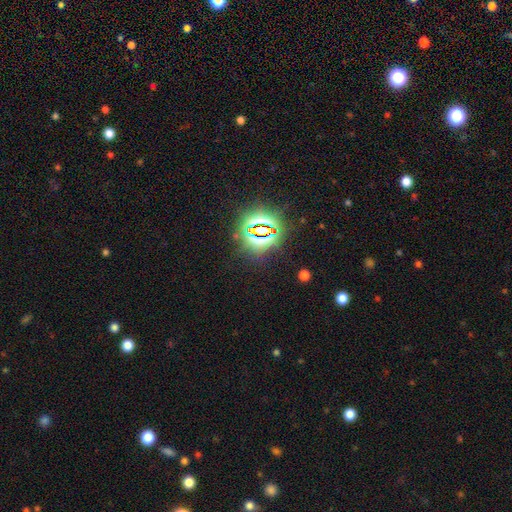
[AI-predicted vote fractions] Smooth or featured? Predicted: star or artifact (p=0.85).